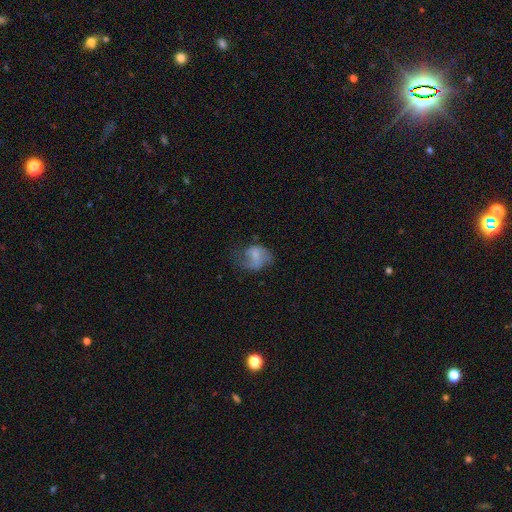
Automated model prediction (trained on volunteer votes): Morphology: type=smooth (53%); roundness=in between (59%); merging=major disturbance (35%).